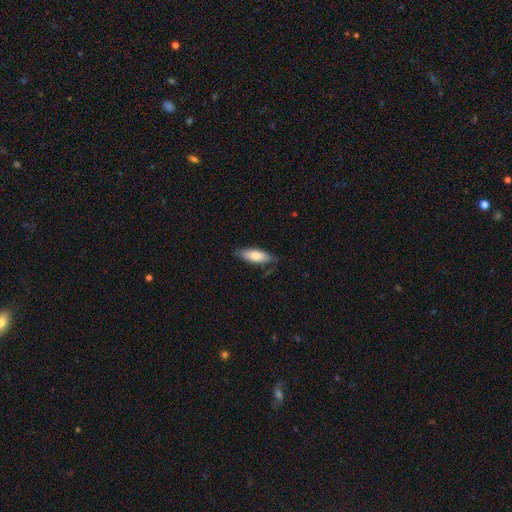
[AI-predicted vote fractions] smooth_or_featured: smooth (p=0.77) [alt: featured or disk p=0.18]
how_rounded: in between (p=0.65) [alt: cigar-shaped p=0.33]
merging: none (p=0.78) [alt: minor disturbance p=0.18]